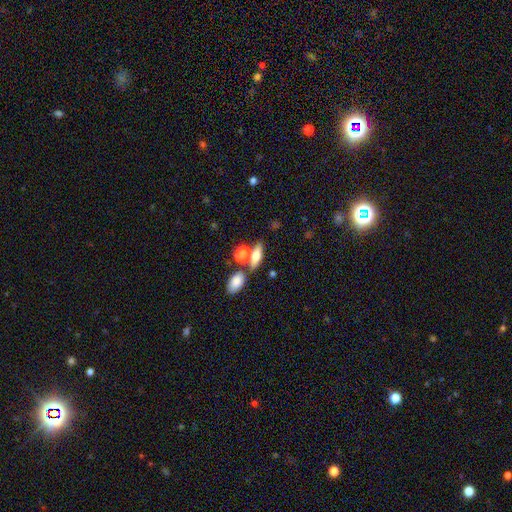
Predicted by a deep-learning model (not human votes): smooth_or_featured: smooth (p=0.61) [alt: featured or disk p=0.29]
how_rounded: in between (p=0.55) [alt: cigar-shaped p=0.31]
merging: none (p=0.60) [alt: merger p=0.26]